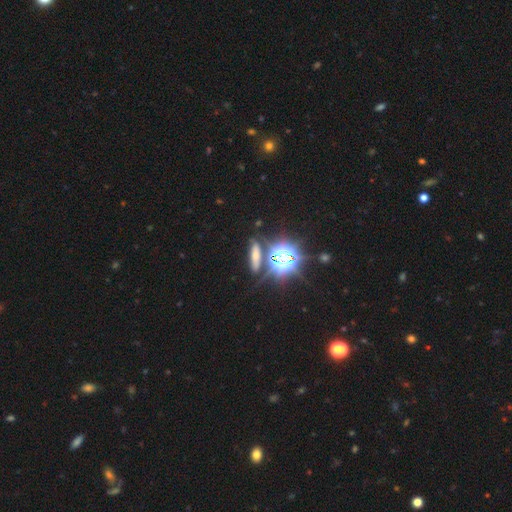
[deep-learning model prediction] Smooth or featured?
  - star or artifact: 44% *
  - smooth: 40%
  - featured or disk: 17%